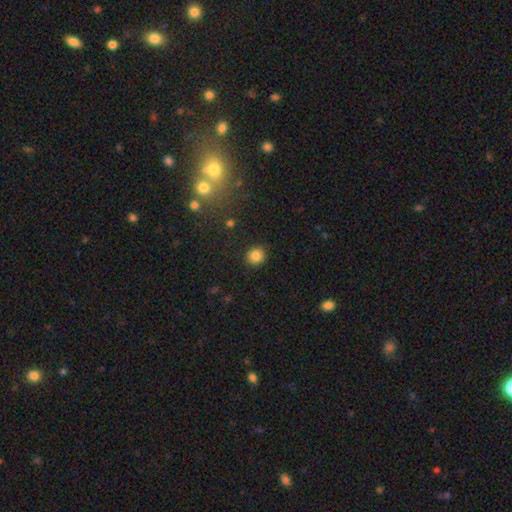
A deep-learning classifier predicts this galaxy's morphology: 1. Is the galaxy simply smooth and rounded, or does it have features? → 84% smooth, 11% star or artifact, 5% featured or disk.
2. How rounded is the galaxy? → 88% round, 11% in between, 1% cigar-shaped.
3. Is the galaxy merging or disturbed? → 90% none, 6% minor disturbance, 2% major disturbance, 1% merger.